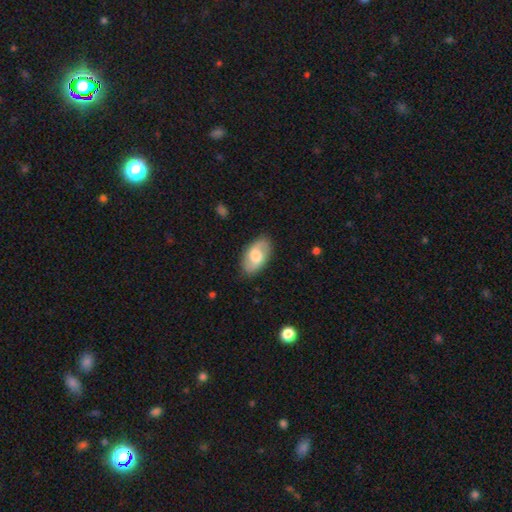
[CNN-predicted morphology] The model was most divided on "smooth or featured": featured or disk: 49%, smooth: 45%, star or artifact: 6%. More confident: merging — none (85%).